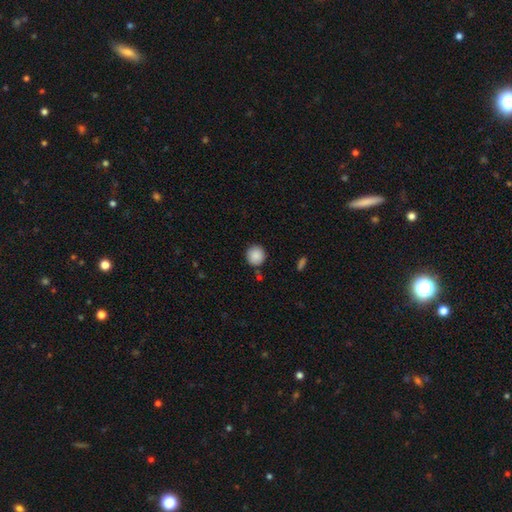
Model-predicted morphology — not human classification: smooth_or_featured: smooth (p=0.88) [alt: star or artifact p=0.08]
how_rounded: round (p=0.92) [alt: in between p=0.07]
merging: none (p=0.84) [alt: minor disturbance p=0.10]